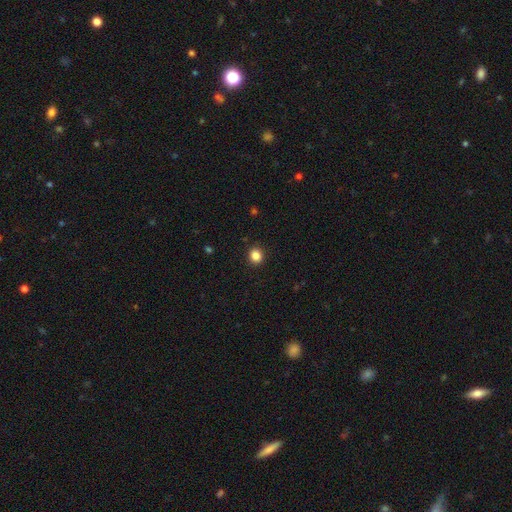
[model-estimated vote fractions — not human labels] smooth_or_featured: smooth (p=0.85) [alt: star or artifact p=0.11]
how_rounded: round (p=0.80) [alt: in between p=0.19]
merging: none (p=0.91) [alt: minor disturbance p=0.06]